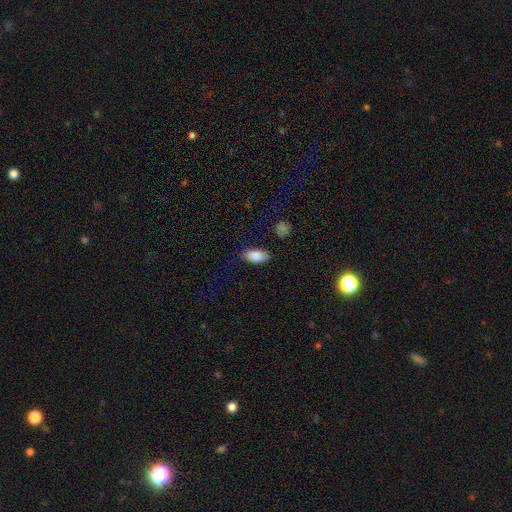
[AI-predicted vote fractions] Smooth or featured? Predicted: smooth (p=0.88). How rounded? Predicted: in between (p=0.92). Merging? Predicted: none (p=0.81).